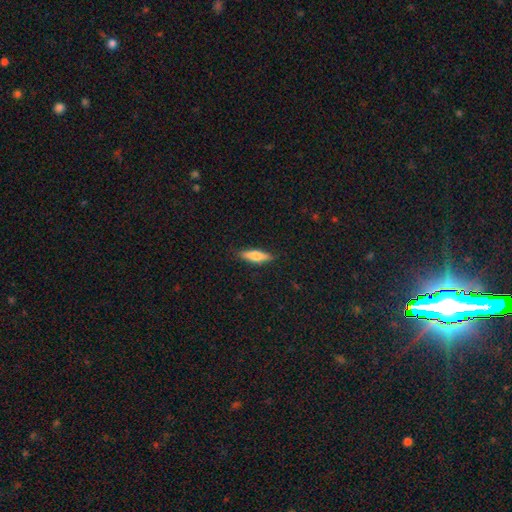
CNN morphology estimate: A smooth galaxy with no disk features (65%) that is cigar-shaped (67%).

Vote fractions:
- Smooth or featured? smooth: 65% / featured or disk: 29% / star or artifact: 6%
- How rounded? cigar-shaped: 67% / in between: 31% / round: 2%
- Merging? none: 87% / minor disturbance: 9% / major disturbance: 2% / merger: 1%